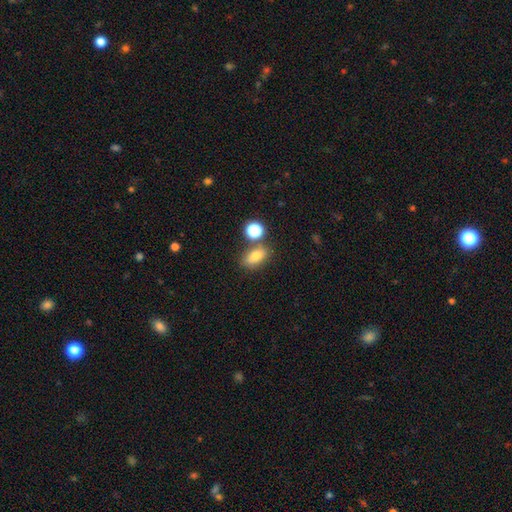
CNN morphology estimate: Q: Smooth or featured?
A: smooth (77%); runner-up: star or artifact (12%)
Q: How rounded?
A: in between (79%); runner-up: round (15%)
Q: Merging?
A: none (67%); runner-up: merger (16%)